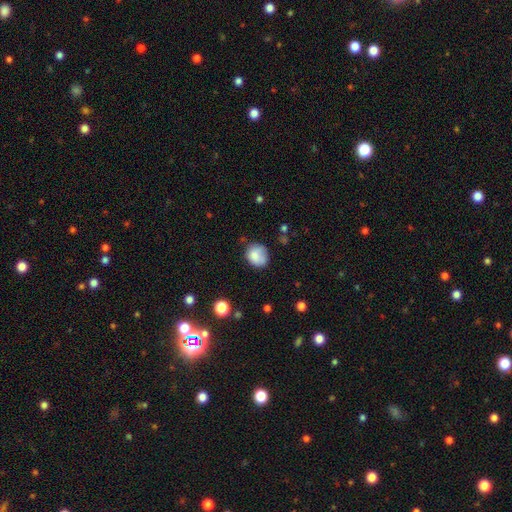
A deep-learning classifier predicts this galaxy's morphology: A smooth galaxy with no disk features (78%) that is round (64%).

Vote fractions:
- Smooth or featured? smooth: 78% / featured or disk: 12% / star or artifact: 9%
- How rounded? round: 64% / in between: 36% / cigar-shaped: 1%
- Merging? none: 56% / minor disturbance: 28% / major disturbance: 11% / merger: 5%